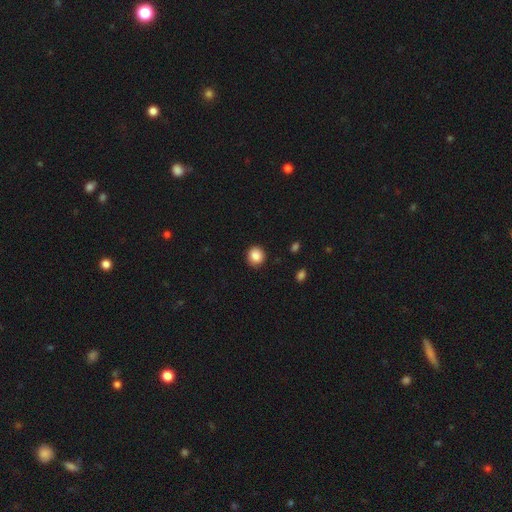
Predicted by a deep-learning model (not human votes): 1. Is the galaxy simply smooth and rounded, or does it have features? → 87% smooth, 9% star or artifact, 3% featured or disk.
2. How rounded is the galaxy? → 89% round, 10% in between, 1% cigar-shaped.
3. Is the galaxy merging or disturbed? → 90% none, 7% minor disturbance, 2% major disturbance, 1% merger.